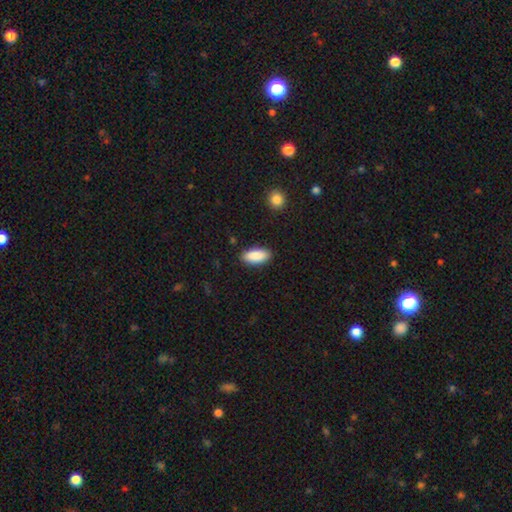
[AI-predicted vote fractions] A smooth galaxy with no disk features (90%) that is in between round and cigar-shaped (88%).

Vote fractions:
- Smooth or featured? smooth: 90% / star or artifact: 6% / featured or disk: 4%
- How rounded? in between: 88% / cigar-shaped: 10% / round: 2%
- Merging? none: 88% / minor disturbance: 9% / major disturbance: 2% / merger: 1%